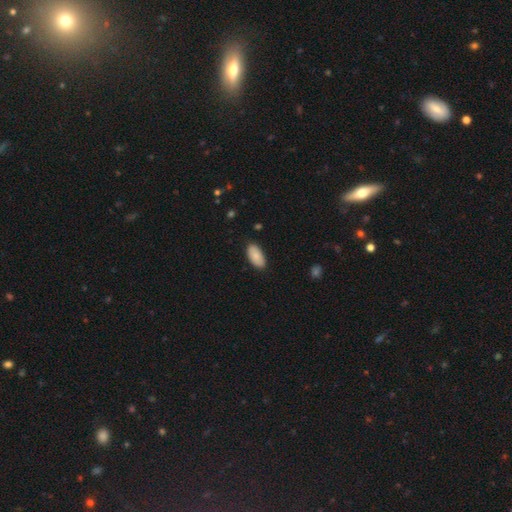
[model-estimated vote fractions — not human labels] This appears to be a smooth galaxy with no disk features (87%) that is in between round and cigar-shaped (94%). Merging: none (87%).